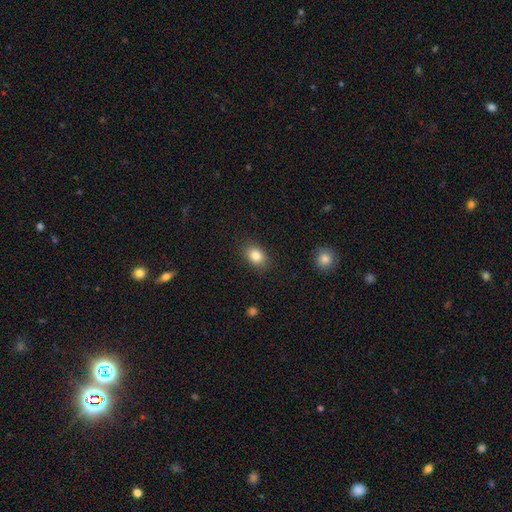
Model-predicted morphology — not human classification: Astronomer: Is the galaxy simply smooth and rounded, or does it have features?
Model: smooth — 84%.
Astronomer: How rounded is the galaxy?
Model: in between — 73%.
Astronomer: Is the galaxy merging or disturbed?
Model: none — 86%.